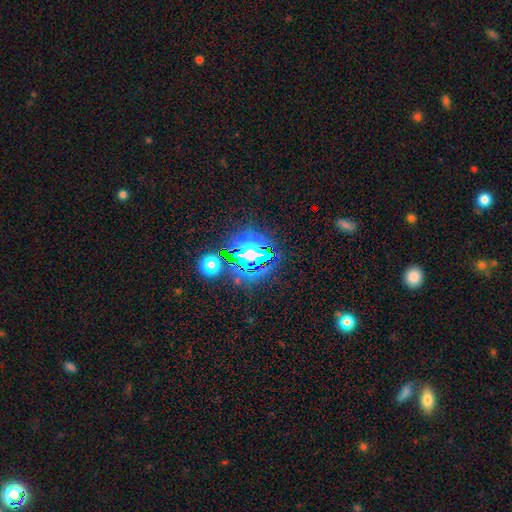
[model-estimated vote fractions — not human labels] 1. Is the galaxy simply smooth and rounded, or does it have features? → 70% star or artifact, 19% smooth, 11% featured or disk.